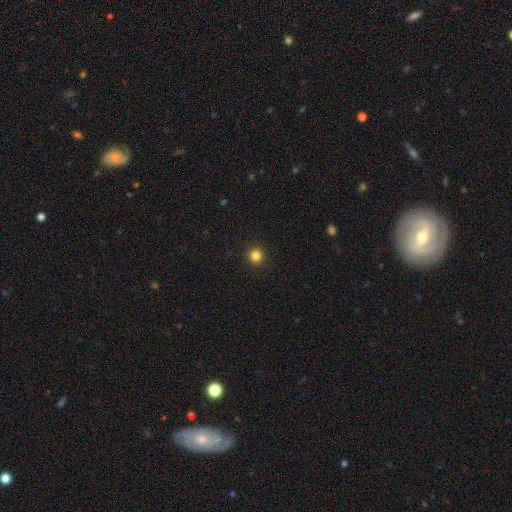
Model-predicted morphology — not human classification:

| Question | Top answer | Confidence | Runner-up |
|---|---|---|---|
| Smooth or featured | smooth | 83% | star or artifact (13%) |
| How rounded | round | 95% | in between (4%) |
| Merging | none | 93% | minor disturbance (4%) |